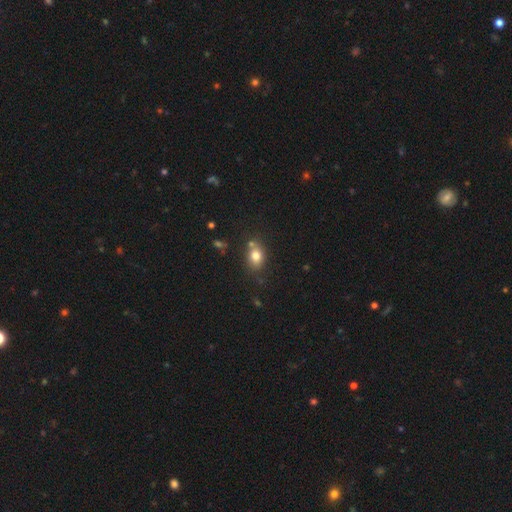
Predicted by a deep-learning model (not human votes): A smooth galaxy with no disk features (78%) that is in between round and cigar-shaped (61%). Merging: none (67%).